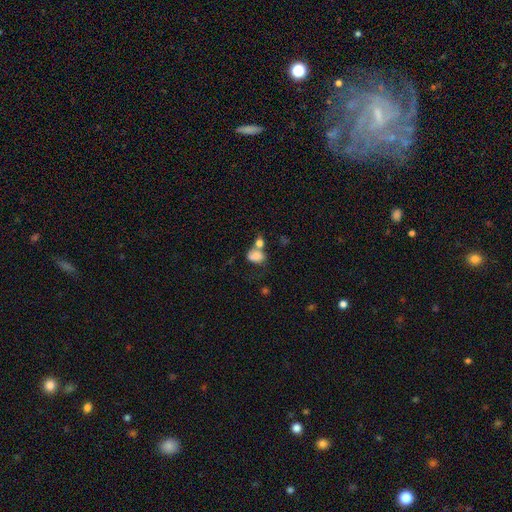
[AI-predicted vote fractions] Overall: smooth (76%). How rounded: in between (65%; round 34%). Merging: merger (49%; none 26%).